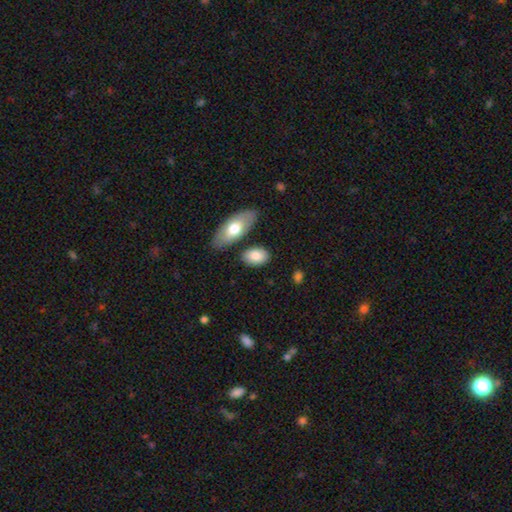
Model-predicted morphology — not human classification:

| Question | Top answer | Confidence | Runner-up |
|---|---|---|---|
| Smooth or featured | smooth | 81% | featured or disk (13%) |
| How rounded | in between | 88% | round (9%) |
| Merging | none | 74% | minor disturbance (13%) |